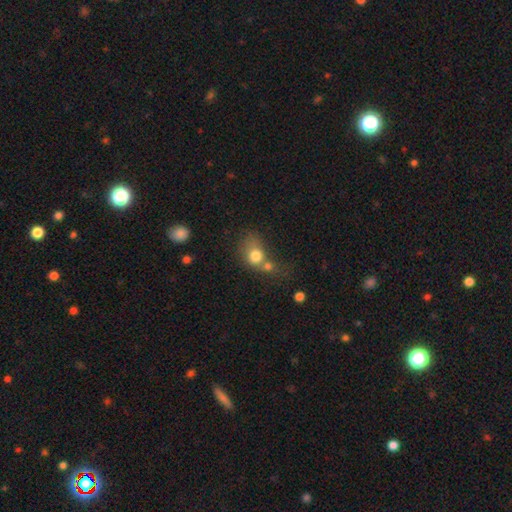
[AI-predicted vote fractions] A smooth galaxy with no disk features (74%) that is round (53%).

Vote fractions:
- Smooth or featured? smooth: 74% / featured or disk: 15% / star or artifact: 11%
- How rounded? round: 53% / in between: 46% / cigar-shaped: 2%
- Merging? merger: 52% / none: 21% / major disturbance: 14% / minor disturbance: 12%